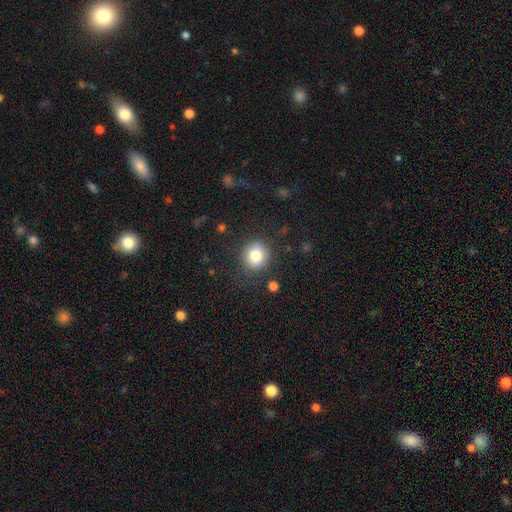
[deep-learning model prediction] The model was most divided on "smooth or featured": smooth: 80%, star or artifact: 10%, featured or disk: 10%. More confident: how rounded — round (87%); merging — none (86%).